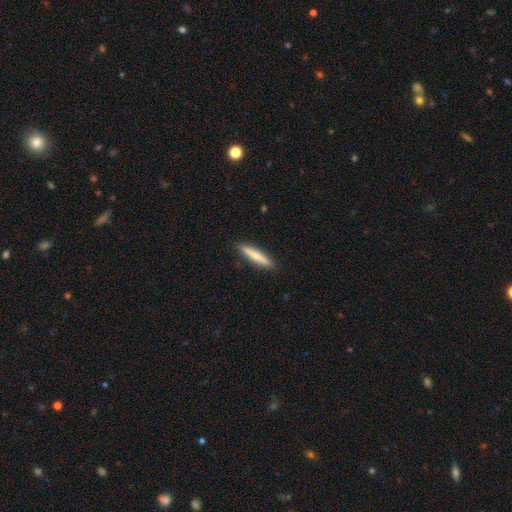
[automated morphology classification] Smooth or featured? smooth (63%)
How rounded? cigar-shaped (90%)
Merging? none (90%)